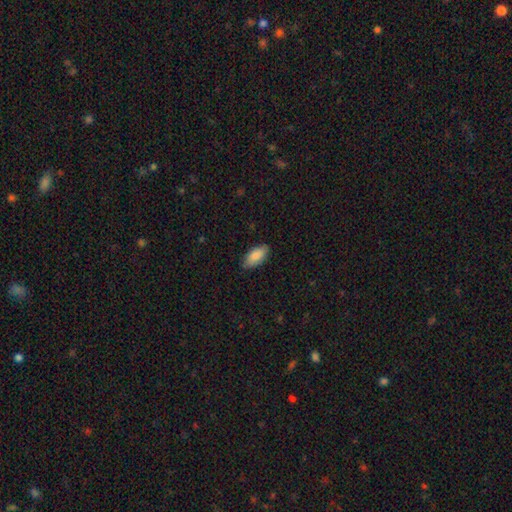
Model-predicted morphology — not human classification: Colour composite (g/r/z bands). It shows a smooth galaxy with no disk features (86%) that is in between round and cigar-shaped (92%). Merging: none (84%).